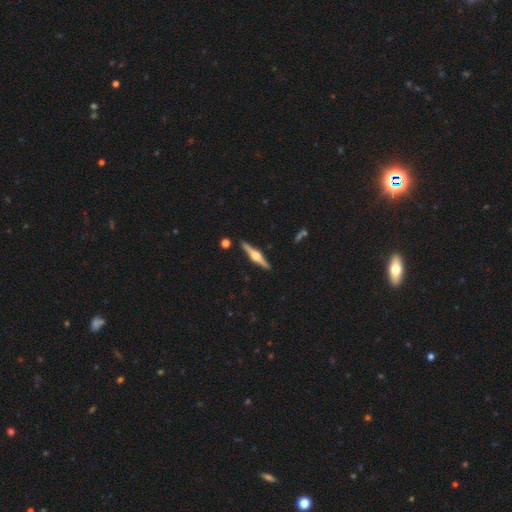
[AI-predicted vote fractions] A featured or disk galaxy (81%) viewed edge-on (98%) with a rounded central bulge (94%).

Vote fractions:
- Smooth or featured? featured or disk: 81% / smooth: 14% / star or artifact: 5%
- Edge-on disk? yes: 98% / no: 2%
- Edge-on bulge? rounded: 94% / boxy: 4% / none: 2%
- Merging? none: 91% / minor disturbance: 6% / merger: 2% / major disturbance: 1%